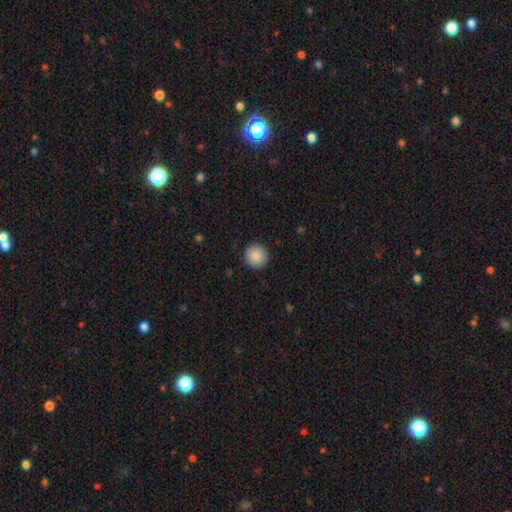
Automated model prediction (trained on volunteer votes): Morphology: type=smooth (87%); roundness=round (95%); merging=none (91%).